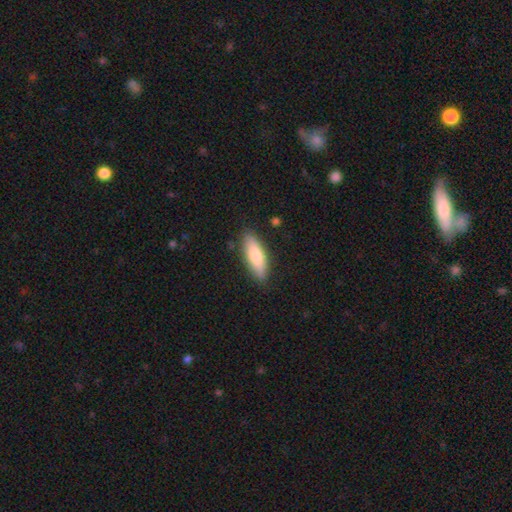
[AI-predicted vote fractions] A smooth galaxy with no disk features (75%) that is in between round and cigar-shaped (55%).

Vote fractions:
- Smooth or featured? smooth: 75% / featured or disk: 20% / star or artifact: 6%
- How rounded? in between: 55% / cigar-shaped: 43% / round: 2%
- Merging? none: 86% / minor disturbance: 11% / major disturbance: 2% / merger: 1%